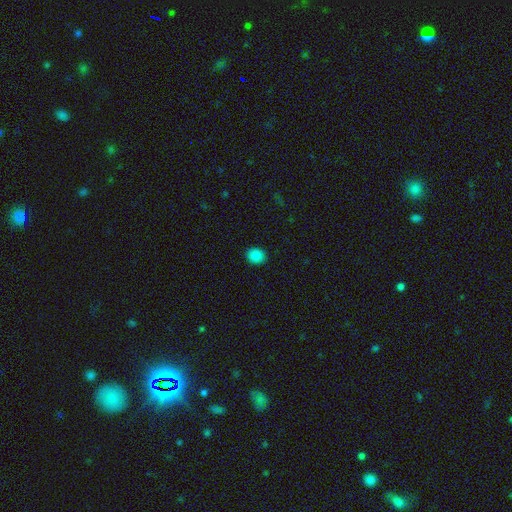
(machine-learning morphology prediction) Smooth or featured: smooth — 86% (star or artifact — 11%)
How rounded: round — 70% (in between — 29%)
Merging: none — 91% (minor disturbance — 6%)